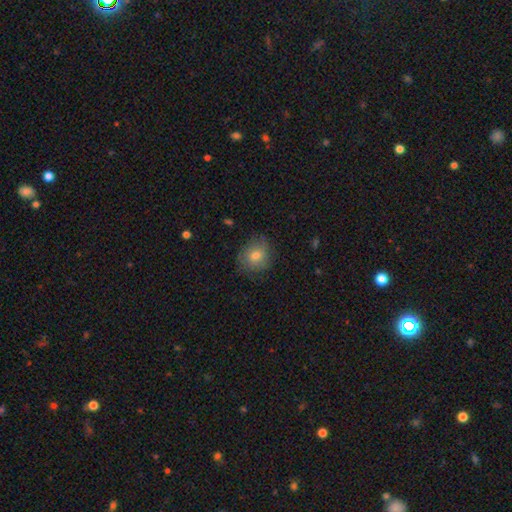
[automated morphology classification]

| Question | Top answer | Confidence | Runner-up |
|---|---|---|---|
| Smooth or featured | smooth | 76% | featured or disk (14%) |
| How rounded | round | 77% | in between (22%) |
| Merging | none | 80% | minor disturbance (15%) |